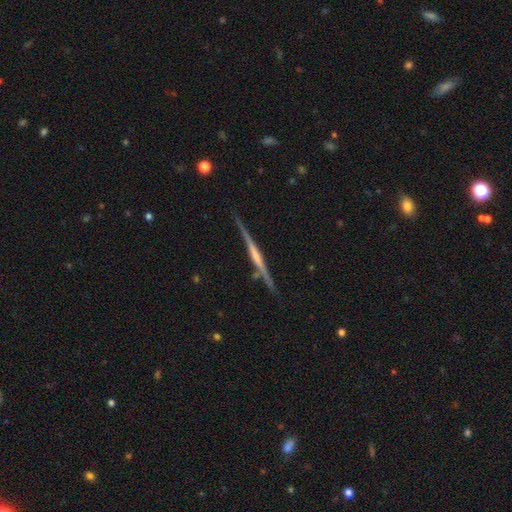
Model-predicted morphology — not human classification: Smooth or featured: featured or disk — 80% (smooth — 13%)
Edge-on disk: yes — 98% (no — 2%)
Edge-on bulge: rounded — 59% (none — 28%)
Merging: none — 88% (minor disturbance — 8%)